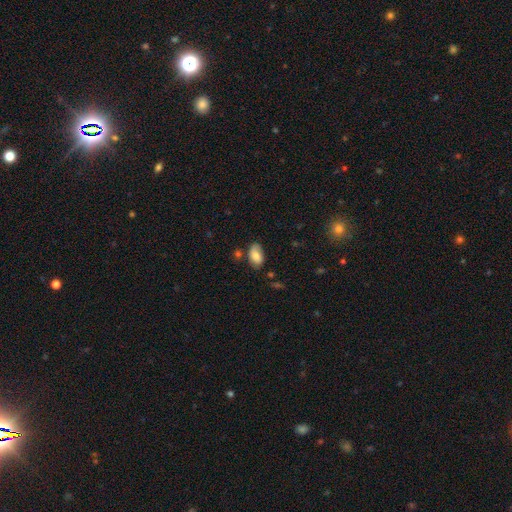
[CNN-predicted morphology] Smooth or featured?
  - smooth: 77% *
  - featured or disk: 15%
  - star or artifact: 7%
How rounded?
  - in between: 93% *
  - round: 5%
  - cigar-shaped: 2%
Merging?
  - none: 65% *
  - minor disturbance: 24%
  - major disturbance: 6%
  - merger: 5%